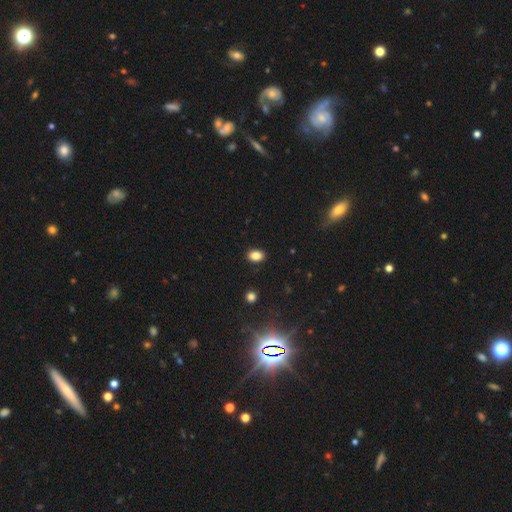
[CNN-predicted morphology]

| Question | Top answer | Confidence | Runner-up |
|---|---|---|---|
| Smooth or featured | smooth | 85% | star or artifact (10%) |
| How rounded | in between | 76% | round (23%) |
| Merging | none | 89% | minor disturbance (8%) |